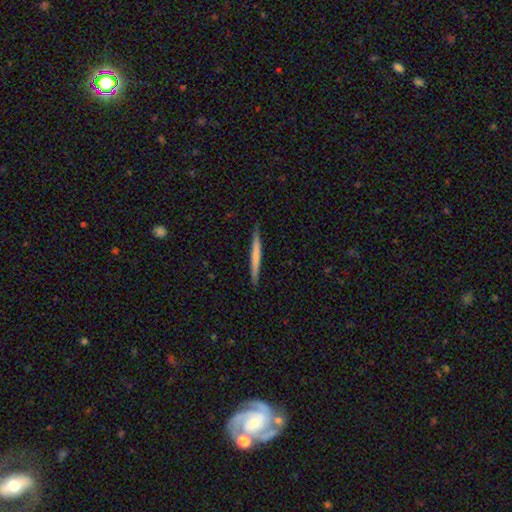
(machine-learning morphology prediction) smooth_or_featured: smooth (p=0.60) [alt: featured or disk p=0.35]
how_rounded: cigar-shaped (p=0.97) [alt: in between p=0.02]
merging: none (p=0.90) [alt: minor disturbance p=0.07]